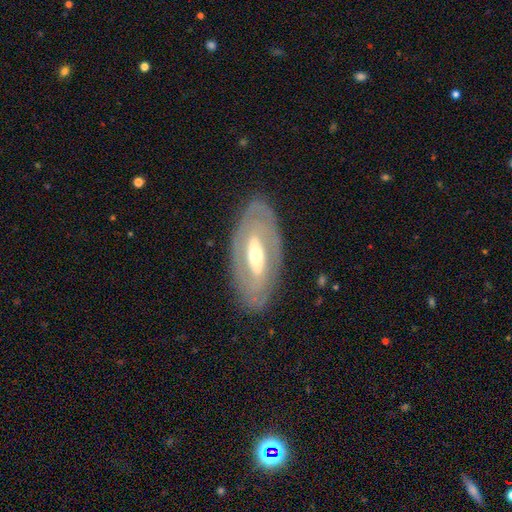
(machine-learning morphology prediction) Q: Smooth or featured?
A: featured or disk (73%); runner-up: smooth (22%)
Q: Edge-on disk?
A: no (87%); runner-up: yes (13%)
Q: Bar?
A: no (39%); runner-up: strong (32%)
Q: Spiral arms?
A: no (59%); runner-up: yes (41%)
Q: Bulge size?
A: moderate (60%); runner-up: small (31%)
Q: Merging?
A: none (82%); runner-up: minor disturbance (12%)